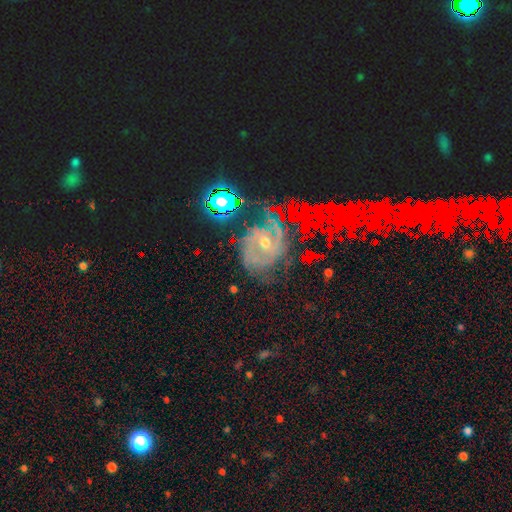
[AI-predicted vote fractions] featured or disk 75%, star or artifact 16%, smooth 9%. Down the decision tree: edge-on disk — no (96%); bar — no (49%); spiral arms — yes (94%); spiral arm count — can't tell (32%); spiral winding — tight (69%); bulge size — small (62%); merging — none (71%).